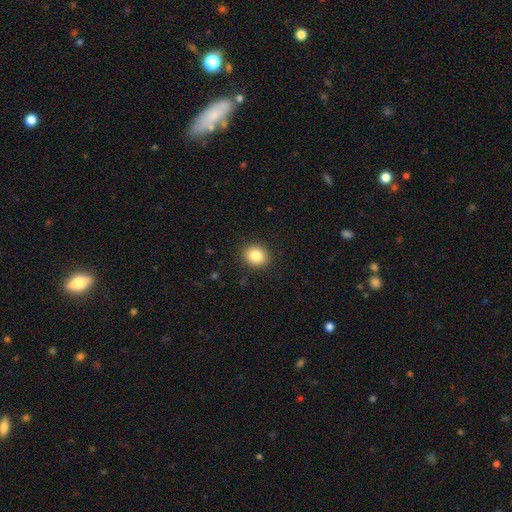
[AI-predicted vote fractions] Q: Smooth or featured?
A: smooth (85%); runner-up: star or artifact (9%)
Q: How rounded?
A: round (75%); runner-up: in between (24%)
Q: Merging?
A: none (91%); runner-up: minor disturbance (6%)